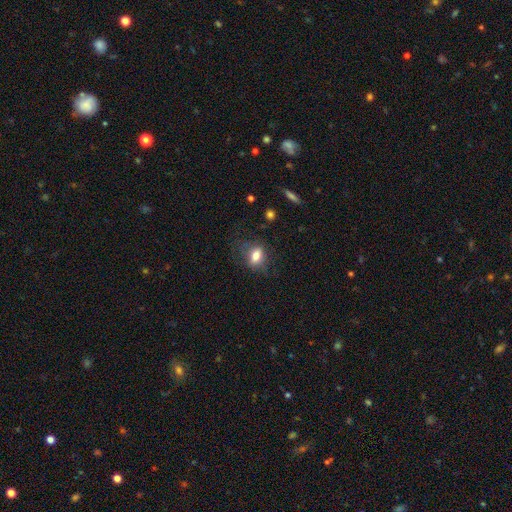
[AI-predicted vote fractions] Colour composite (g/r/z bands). It shows a smooth galaxy with no disk features (77%) that is in between round and cigar-shaped (76%). Merging: none (66%).